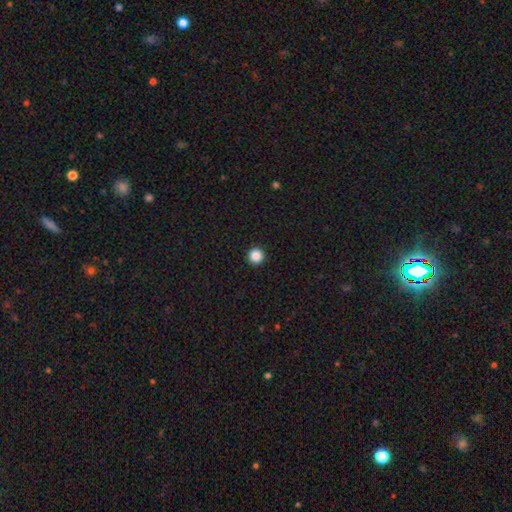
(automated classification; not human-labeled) Morphology: type=smooth (87%); roundness=round (97%); merging=none (94%).